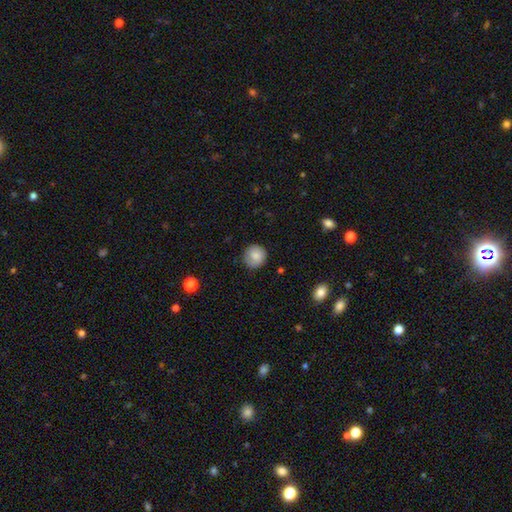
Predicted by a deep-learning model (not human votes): Smooth or featured? smooth (83%)
How rounded? round (93%)
Merging? none (85%)